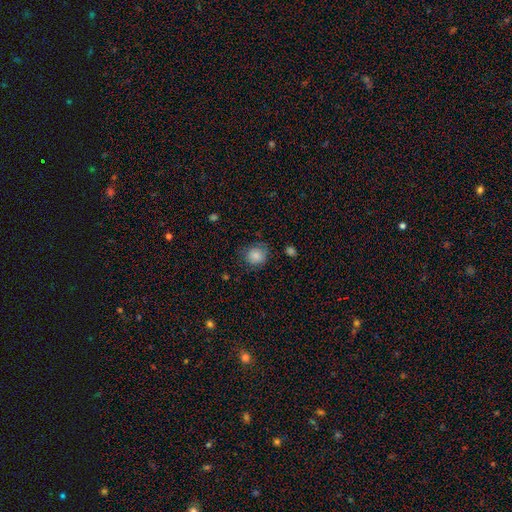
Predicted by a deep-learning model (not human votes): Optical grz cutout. It shows a smooth galaxy with no disk features (84%) that is round (82%). Merging: none (73%).